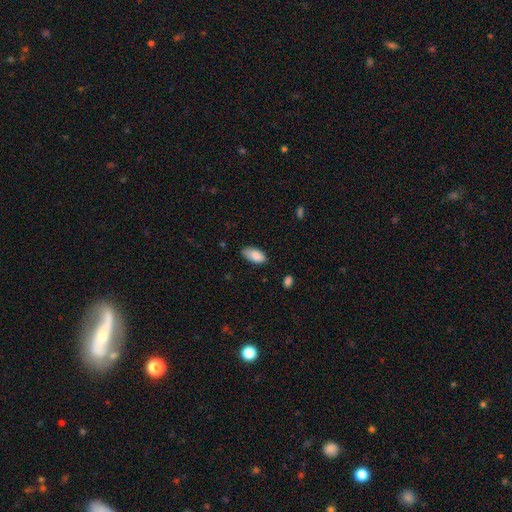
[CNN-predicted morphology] Smooth or featured: smooth — 88% (star or artifact — 7%)
How rounded: in between — 94% (cigar-shaped — 4%)
Merging: none — 72% (minor disturbance — 23%)